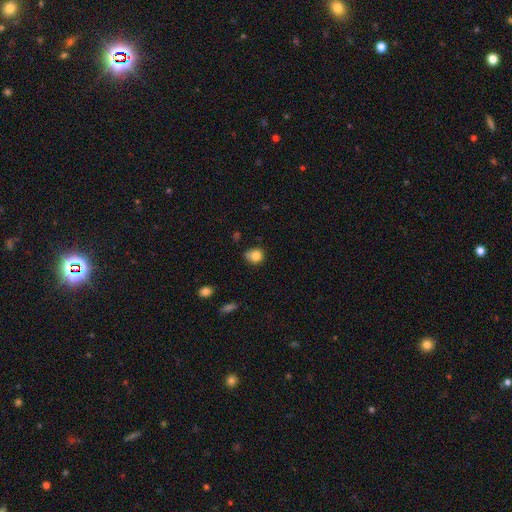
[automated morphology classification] Smooth or featured?
  - smooth: 81% *
  - star or artifact: 11%
  - featured or disk: 8%
How rounded?
  - round: 72% *
  - in between: 27%
  - cigar-shaped: 1%
Merging?
  - none: 56% *
  - minor disturbance: 32%
  - major disturbance: 8%
  - merger: 4%